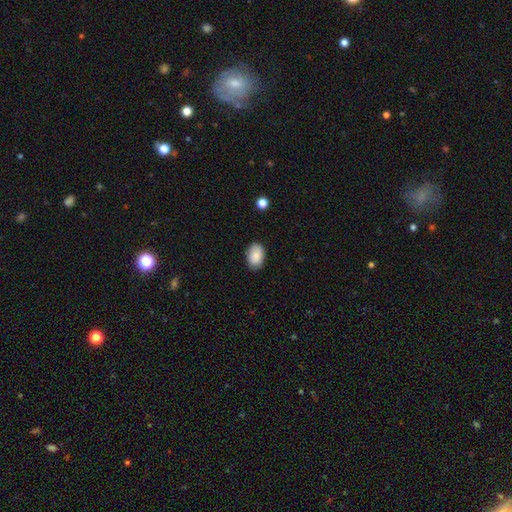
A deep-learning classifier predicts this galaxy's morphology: Overall: smooth (88%). How rounded: in between (87%). Merging: none (85%).